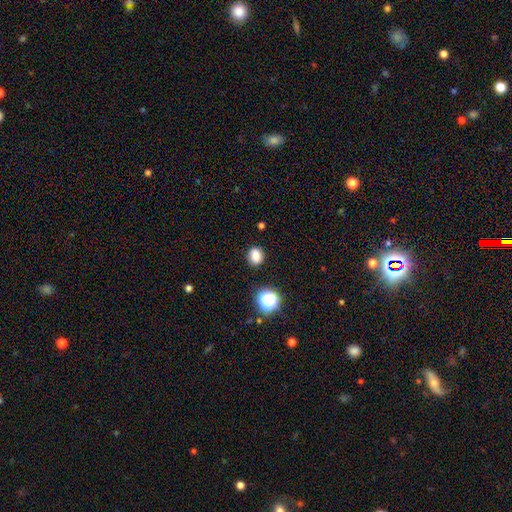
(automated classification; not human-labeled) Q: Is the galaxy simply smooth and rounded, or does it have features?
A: smooth — 80%.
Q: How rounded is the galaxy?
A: round — 55%.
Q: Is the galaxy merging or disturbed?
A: none — 86%.